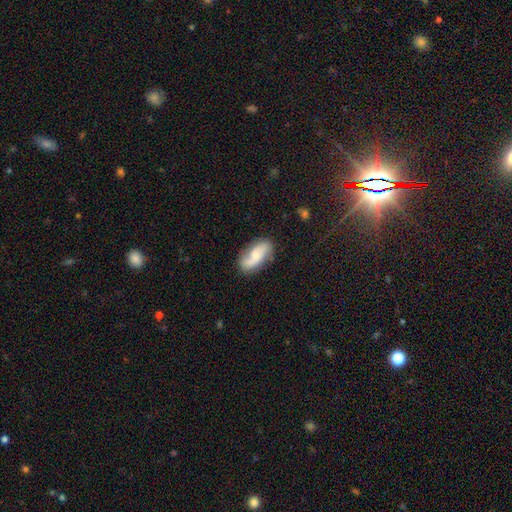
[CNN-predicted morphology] The model was most divided on "smooth or featured": featured or disk: 54%, smooth: 40%, star or artifact: 7%. More confident: edge-on disk — no (93%); merging — none (75%).